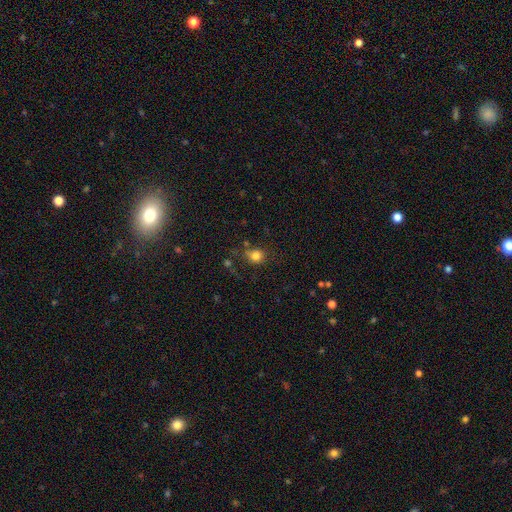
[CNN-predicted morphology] Q: Smooth or featured?
A: smooth (81%); runner-up: star or artifact (13%)
Q: How rounded?
A: round (77%); runner-up: in between (22%)
Q: Merging?
A: none (70%); runner-up: minor disturbance (17%)